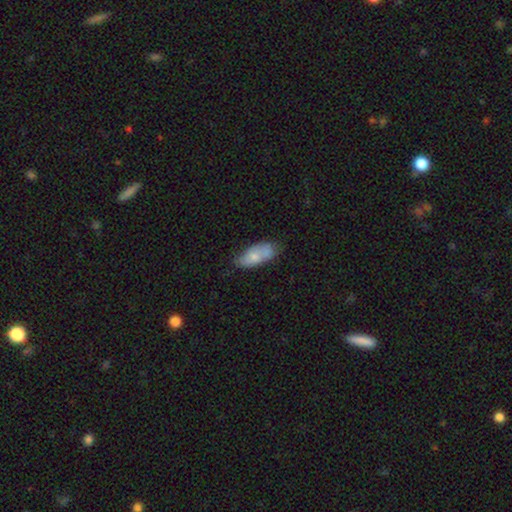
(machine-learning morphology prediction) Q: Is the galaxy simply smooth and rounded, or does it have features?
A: smooth — 70%.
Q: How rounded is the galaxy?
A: in between — 87%.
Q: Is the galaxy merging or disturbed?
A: none — 53%.